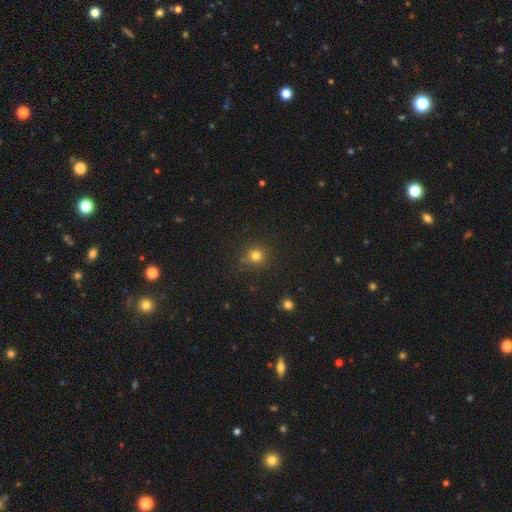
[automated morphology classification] smooth 79%, star or artifact 16%, featured or disk 6%. Down the decision tree: how rounded — round (88%); merging — none (81%).